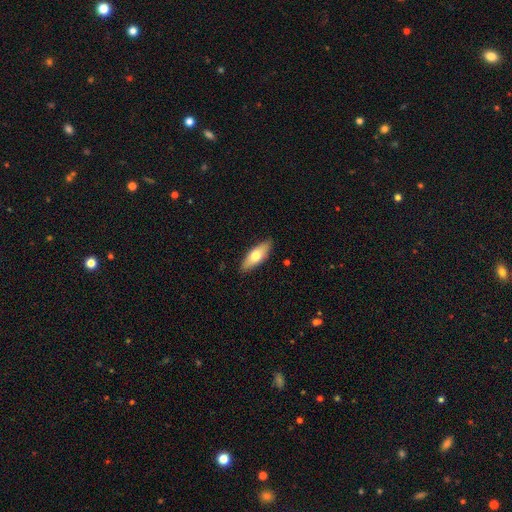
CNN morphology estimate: A smooth galaxy with no disk features (66%) that is in between round and cigar-shaped (68%). Merging: none (88%).